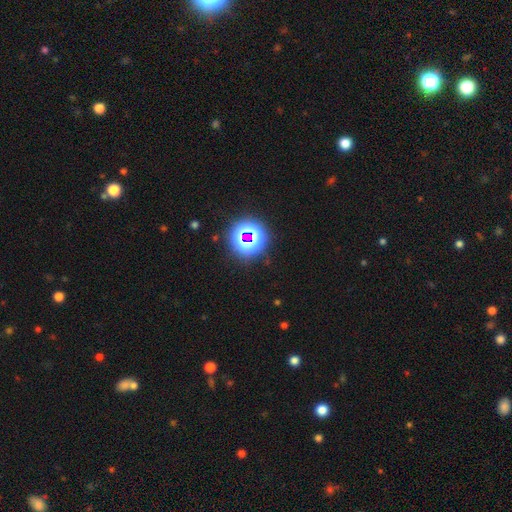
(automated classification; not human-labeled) This is likely a star or artifact rather than a galaxy (80%).